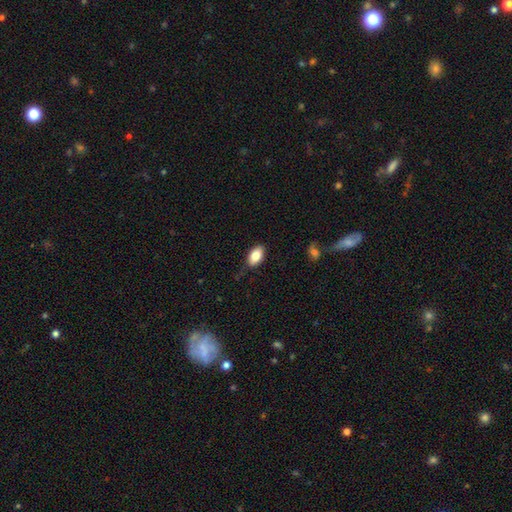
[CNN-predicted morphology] smooth 83%, featured or disk 9%, star or artifact 7%. Down the decision tree: how rounded — in between (93%); merging — none (80%).